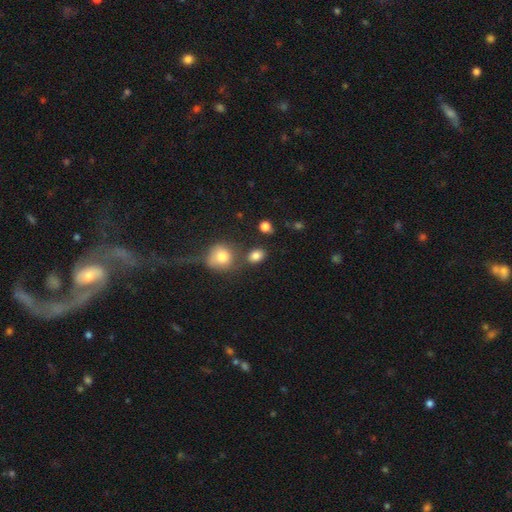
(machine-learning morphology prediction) Smooth or featured? smooth (84%)
How rounded? in between (69%)
Merging? none (71%)